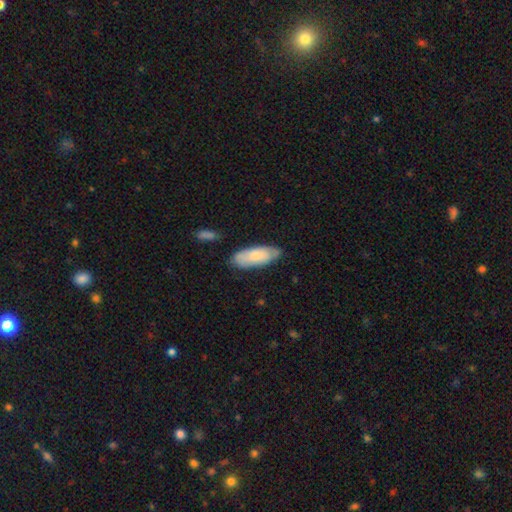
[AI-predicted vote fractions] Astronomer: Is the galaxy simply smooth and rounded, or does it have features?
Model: smooth — 75%.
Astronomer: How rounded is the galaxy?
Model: in between — 75%.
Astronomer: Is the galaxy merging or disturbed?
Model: none — 77%.